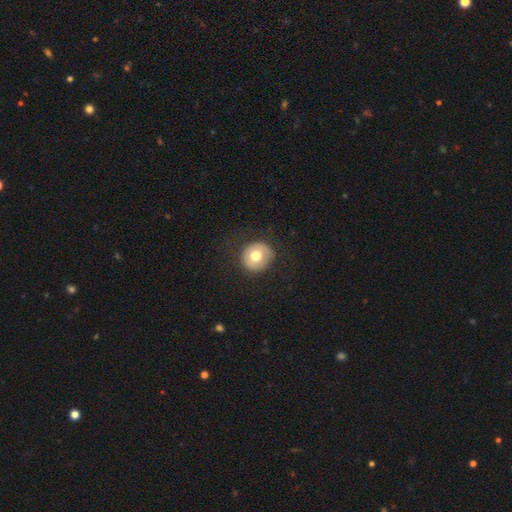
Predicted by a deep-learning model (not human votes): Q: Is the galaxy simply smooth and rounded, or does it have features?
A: smooth — 67%.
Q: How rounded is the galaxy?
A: round — 89%.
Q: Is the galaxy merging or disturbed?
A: none — 81%.